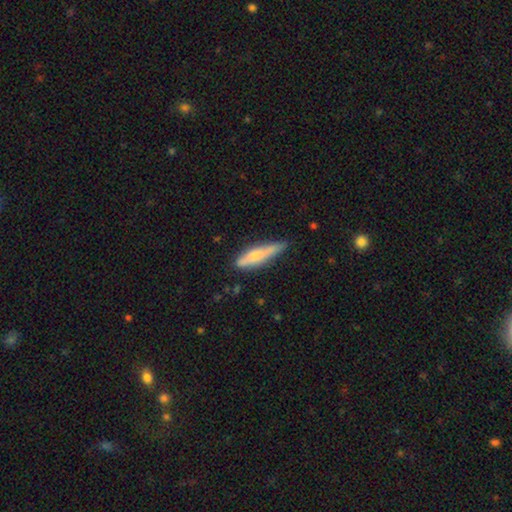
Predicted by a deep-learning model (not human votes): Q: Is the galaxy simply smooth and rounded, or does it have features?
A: smooth — 57%.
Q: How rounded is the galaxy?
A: cigar-shaped — 78%.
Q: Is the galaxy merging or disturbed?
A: none — 65%.